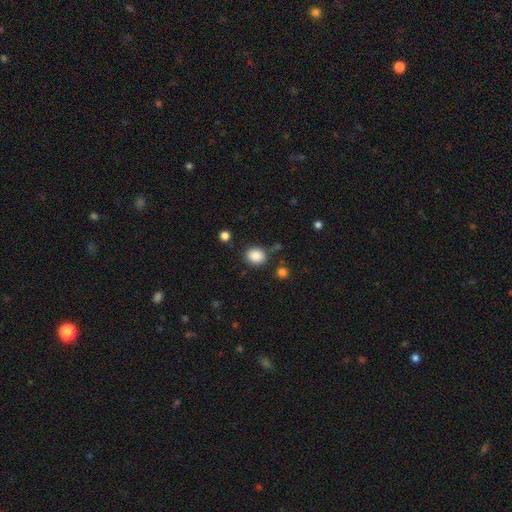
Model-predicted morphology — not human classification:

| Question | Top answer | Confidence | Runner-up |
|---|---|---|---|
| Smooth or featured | smooth | 87% | star or artifact (9%) |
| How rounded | round | 64% | in between (35%) |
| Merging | none | 78% | minor disturbance (13%) |